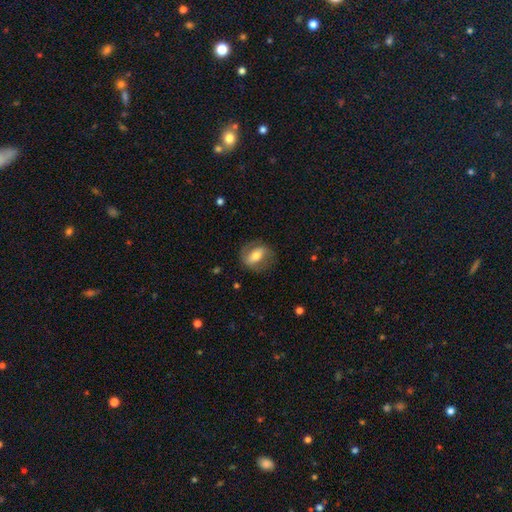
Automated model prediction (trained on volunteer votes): Overall: smooth (47%, tied with featured or disk). Merging: none (72%).